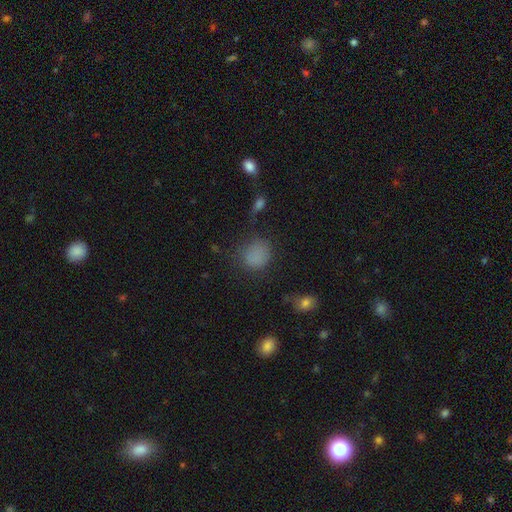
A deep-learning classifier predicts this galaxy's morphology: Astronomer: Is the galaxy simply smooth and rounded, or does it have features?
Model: smooth — 78%.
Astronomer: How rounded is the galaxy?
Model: round — 72%.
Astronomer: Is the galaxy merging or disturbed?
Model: none — 61%.